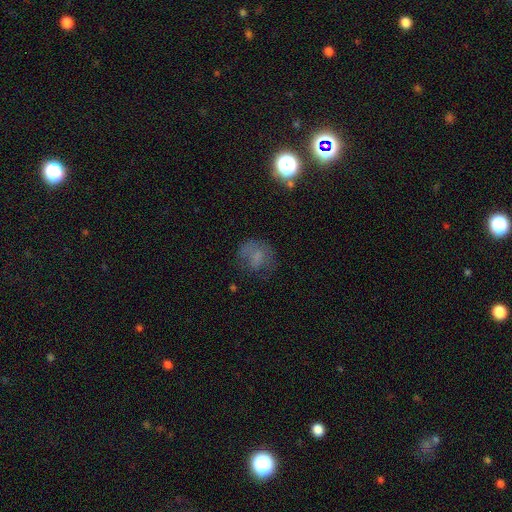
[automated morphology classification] smooth_or_featured: smooth (p=0.55) [alt: featured or disk p=0.26]
how_rounded: round (p=0.69) [alt: in between p=0.30]
merging: none (p=0.50) [alt: major disturbance p=0.25]